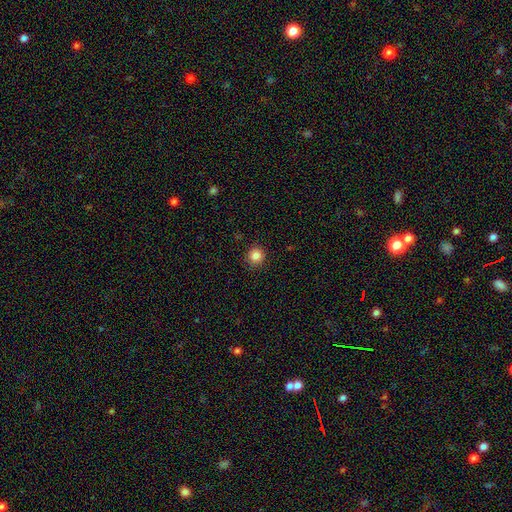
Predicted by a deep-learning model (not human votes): This is clearly a smooth galaxy (85%). How rounded: clearly round (92%). Merging: clearly none (91%).